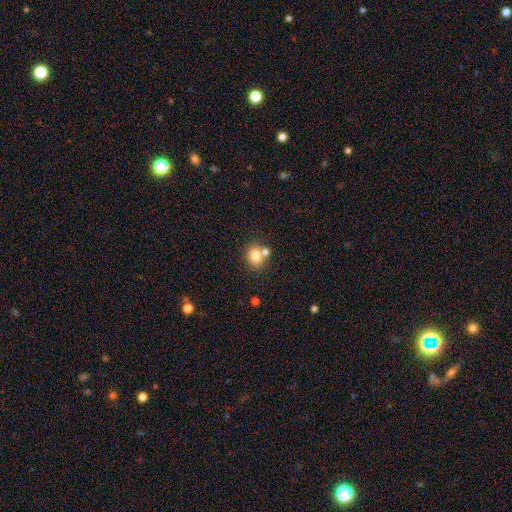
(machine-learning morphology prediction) smooth 79%, star or artifact 11%, featured or disk 10%. Down the decision tree: how rounded — round (62%); merging — none (61%).